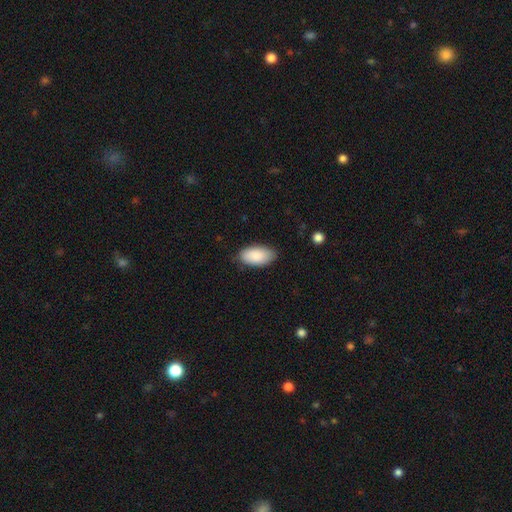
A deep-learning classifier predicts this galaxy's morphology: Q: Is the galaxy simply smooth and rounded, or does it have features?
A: smooth — 88%.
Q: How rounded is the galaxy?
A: in between — 95%.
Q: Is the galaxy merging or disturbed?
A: none — 81%.